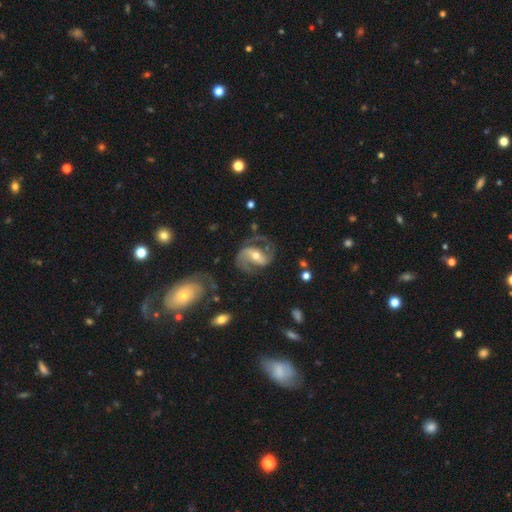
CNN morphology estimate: Smooth or featured? featured or disk (89%)
Edge-on disk? no (97%)
Bar? strong (45%)
Spiral arms? yes (97%)
Spiral winding? medium (56%)
Spiral arm count? 2 (91%)
Bulge size? moderate (59%)
Merging? none (69%)